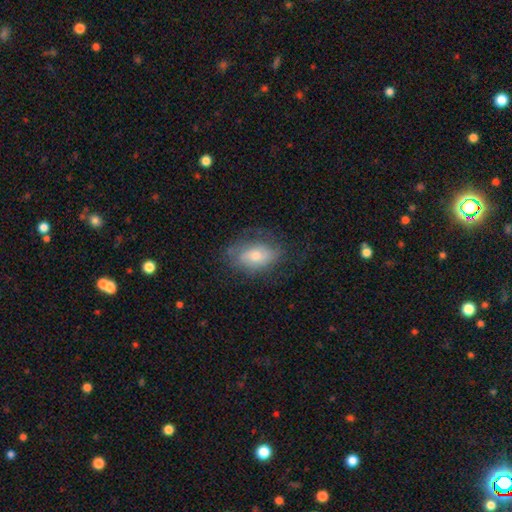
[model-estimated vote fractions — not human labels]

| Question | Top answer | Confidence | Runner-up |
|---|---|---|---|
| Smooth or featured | smooth | 47% | featured or disk (44%) |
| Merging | none | 62% | minor disturbance (23%) |